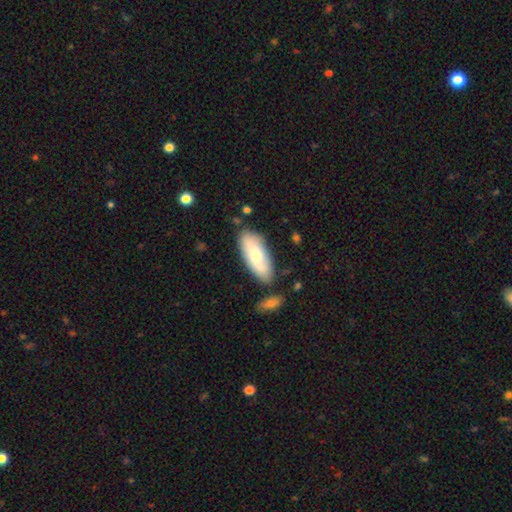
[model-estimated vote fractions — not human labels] This appears to be a smooth galaxy with no disk features (64%) that is in between round and cigar-shaped (79%). Merging: none (77%).